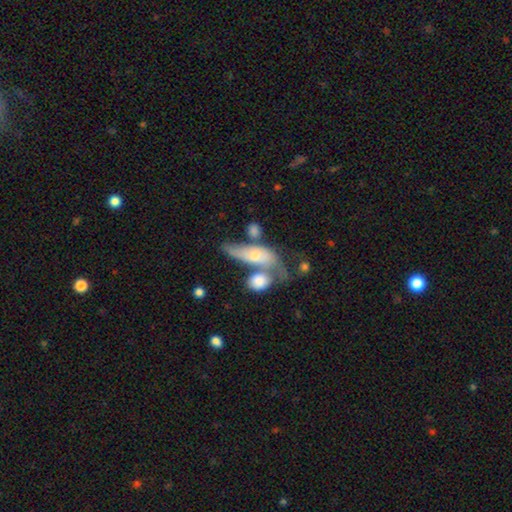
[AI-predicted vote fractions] smooth 53%, featured or disk 41%, star or artifact 6%. Down the decision tree: how rounded — in between (61%); merging — merger (41%).